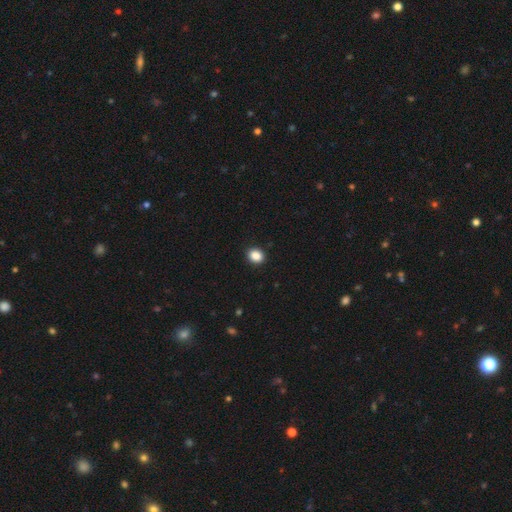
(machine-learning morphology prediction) The model was most divided on "how rounded": round: 57%, in between: 42%, cigar-shaped: 1%. More confident: merging — none (91%); smooth or featured — smooth (88%).